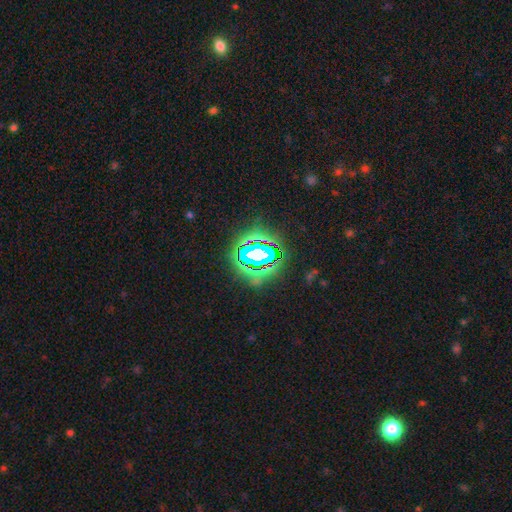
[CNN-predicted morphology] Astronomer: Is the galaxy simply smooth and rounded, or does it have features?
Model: star or artifact — 79%.